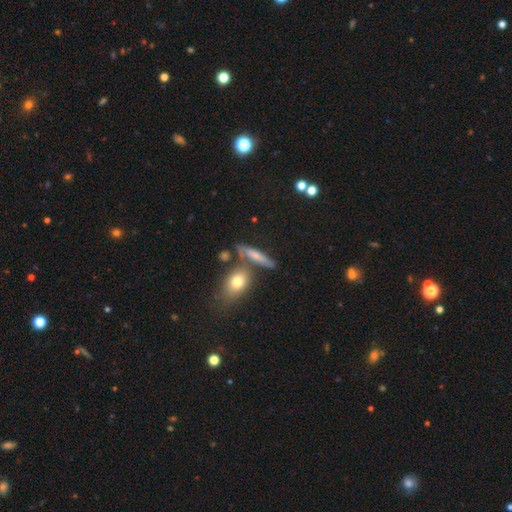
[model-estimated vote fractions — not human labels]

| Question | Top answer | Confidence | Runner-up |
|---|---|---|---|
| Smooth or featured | smooth | 65% | featured or disk (26%) |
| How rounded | cigar-shaped | 66% | in between (27%) |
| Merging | none | 62% | merger (18%) |